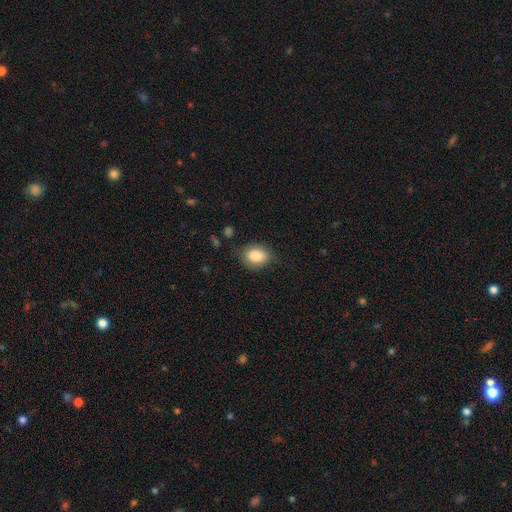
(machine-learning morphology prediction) smooth-or-featured: smooth: 86% | star or artifact: 8% | featured or disk: 6%
  how-rounded: in between: 63% | round: 36% | cigar-shaped: 1%
  merging: none: 78% | minor disturbance: 16% | major disturbance: 4% | merger: 2%